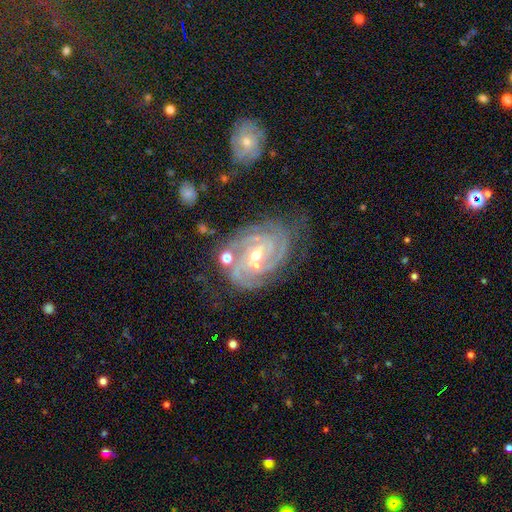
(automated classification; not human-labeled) Morphology: type=featured or disk (89%); edge-on=no (97%); bar=weak (42%); spiral arms=yes (98%); winding=tight (71%); arm count=3 (31%); bulge=small (58%); merging=none (63%).